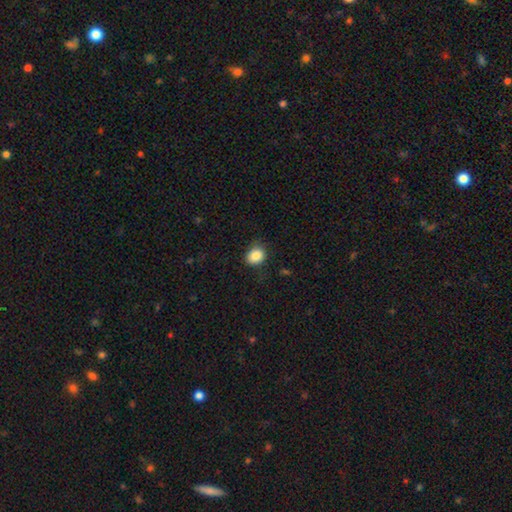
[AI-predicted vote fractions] A smooth galaxy with no disk features (86%) that is round (52%).

Vote fractions:
- Smooth or featured? smooth: 86% / star or artifact: 9% / featured or disk: 5%
- How rounded? round: 52% / in between: 47% / cigar-shaped: 1%
- Merging? none: 79% / minor disturbance: 16% / major disturbance: 4% / merger: 1%